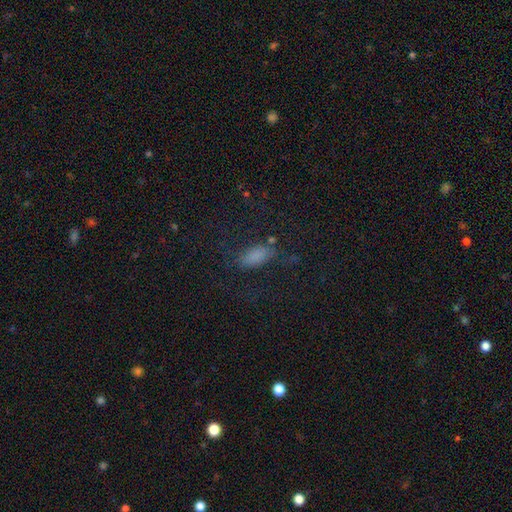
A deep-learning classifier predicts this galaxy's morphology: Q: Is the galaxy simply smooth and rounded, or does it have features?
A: smooth — 72%.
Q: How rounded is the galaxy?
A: in between — 82%.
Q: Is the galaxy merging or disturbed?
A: none — 59%.